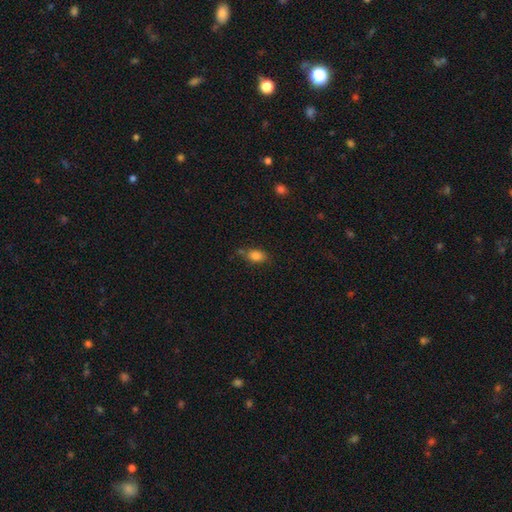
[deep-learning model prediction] Smooth or featured? smooth (84%)
How rounded? in between (85%)
Merging? none (65%)